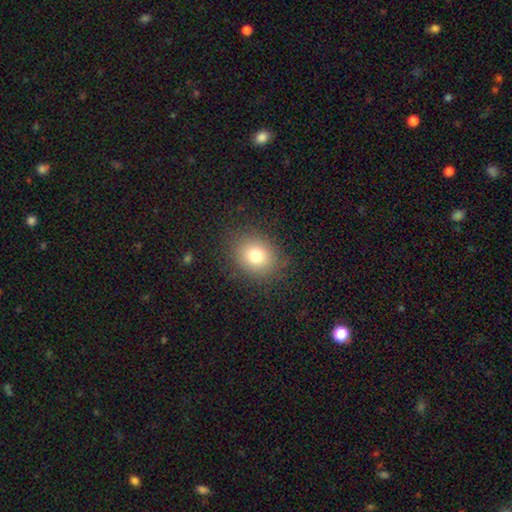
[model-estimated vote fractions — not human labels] Smooth or featured? Predicted: smooth (p=0.78). How rounded? Predicted: round (p=0.63). Merging? Predicted: none (p=0.85).